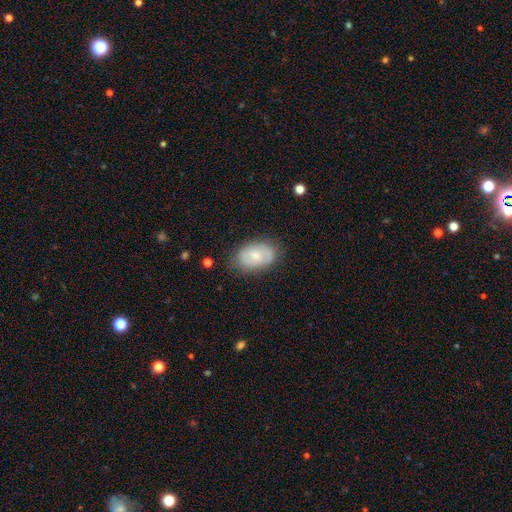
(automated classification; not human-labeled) A smooth galaxy with no disk features (56%) that is in between round and cigar-shaped (89%).

Vote fractions:
- Smooth or featured? smooth: 56% / featured or disk: 37% / star or artifact: 7%
- How rounded? in between: 89% / round: 10% / cigar-shaped: 1%
- Merging? none: 76% / minor disturbance: 18% / major disturbance: 5% / merger: 2%